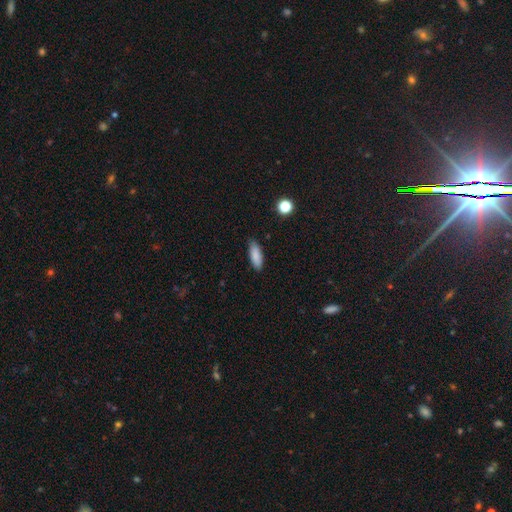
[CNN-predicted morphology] The model was most divided on "how rounded": in between: 69%, cigar-shaped: 29%, round: 2%. More confident: smooth or featured — smooth (87%); merging — none (84%).